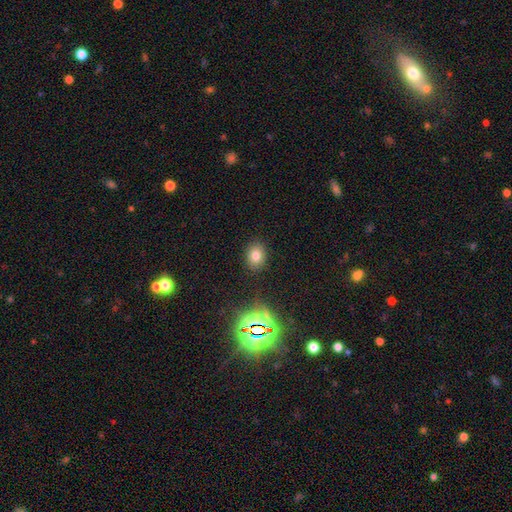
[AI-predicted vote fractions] Overall: smooth (75%). How rounded: in between (51%; round 48%). Merging: none (87%).